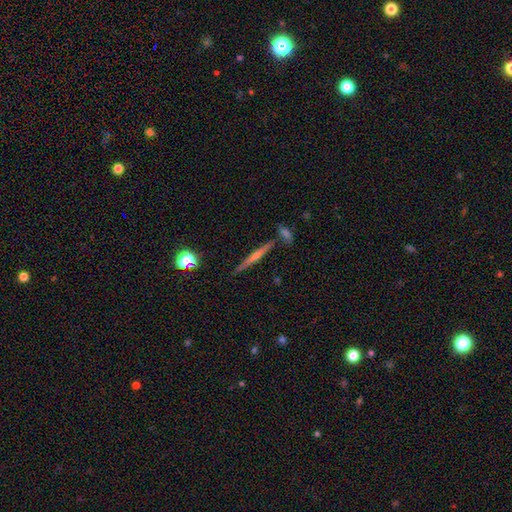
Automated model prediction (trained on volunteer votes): A featured or disk galaxy (68%) viewed edge-on (98%) with a rounded central bulge (71%).

Vote fractions:
- Smooth or featured? featured or disk: 68% / smooth: 24% / star or artifact: 8%
- Edge-on disk? yes: 98% / no: 2%
- Edge-on bulge? rounded: 71% / none: 21% / boxy: 8%
- Merging? none: 84% / minor disturbance: 8% / merger: 6% / major disturbance: 2%